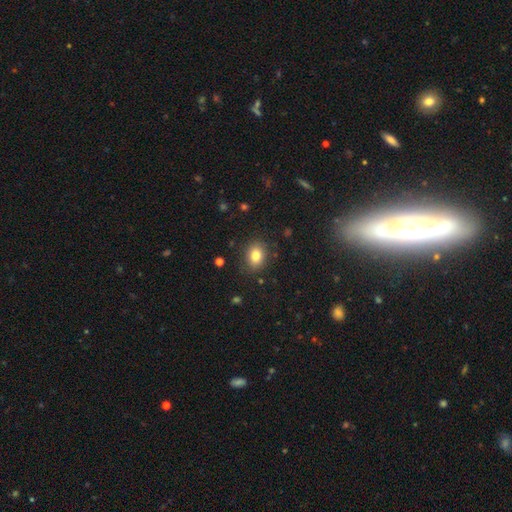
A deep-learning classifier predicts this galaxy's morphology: A smooth galaxy with no disk features (82%) that is in between round and cigar-shaped (62%).

Vote fractions:
- Smooth or featured? smooth: 82% / star or artifact: 10% / featured or disk: 8%
- How rounded? in between: 62% / round: 37% / cigar-shaped: 1%
- Merging? none: 86% / minor disturbance: 10% / major disturbance: 3% / merger: 1%